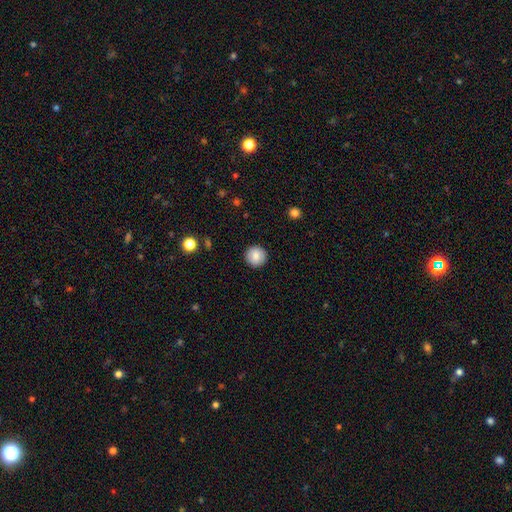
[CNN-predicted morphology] Smooth or featured? smooth (86%)
How rounded? round (95%)
Merging? none (92%)